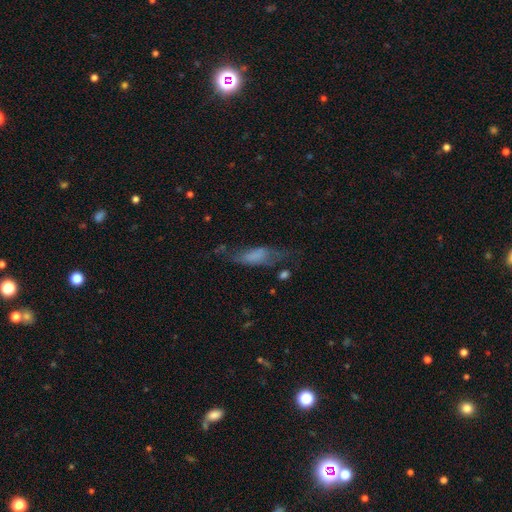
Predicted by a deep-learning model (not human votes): This is possibly a smooth galaxy (55%). How rounded: possibly in between (59%). Merging: marginally none (38%).